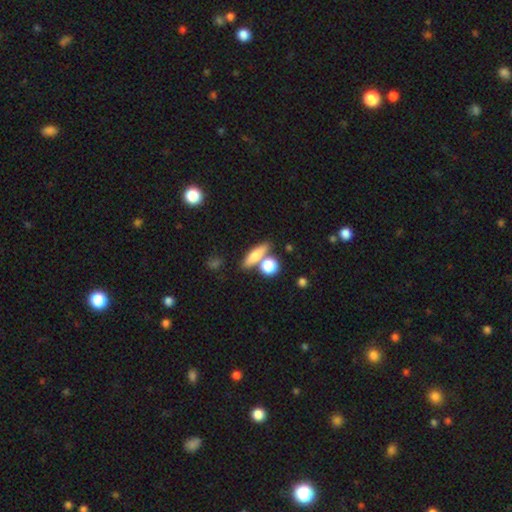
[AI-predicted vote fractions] smooth 72%, featured or disk 19%, star or artifact 9%. Down the decision tree: how rounded — cigar-shaped (46%); merging — none (63%).